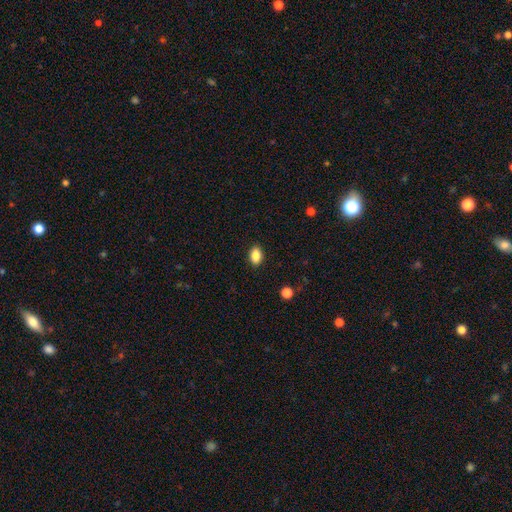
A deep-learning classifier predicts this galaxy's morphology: Overall: smooth (87%). How rounded: in between (85%). Merging: none (89%).